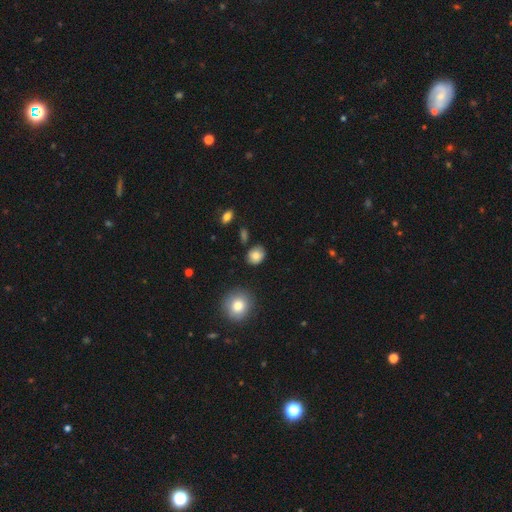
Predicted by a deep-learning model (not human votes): Smooth or featured?
  - smooth: 82% *
  - star or artifact: 10%
  - featured or disk: 8%
How rounded?
  - round: 63% *
  - in between: 35%
  - cigar-shaped: 1%
Merging?
  - none: 81% *
  - minor disturbance: 13%
  - major disturbance: 3%
  - merger: 3%